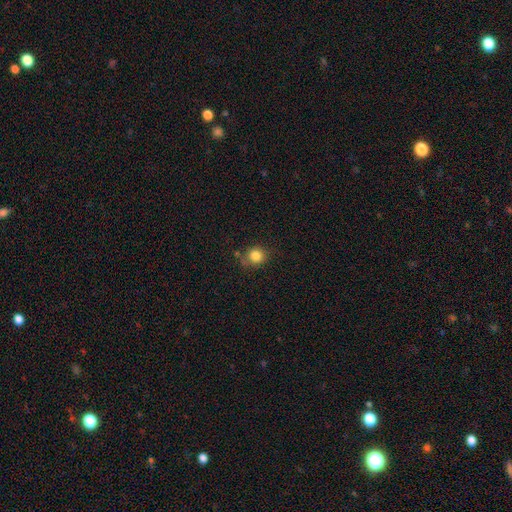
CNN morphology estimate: Smooth or featured?
  - smooth: 83% *
  - star or artifact: 11%
  - featured or disk: 6%
How rounded?
  - round: 82% *
  - in between: 17%
  - cigar-shaped: 1%
Merging?
  - none: 69% *
  - minor disturbance: 20%
  - merger: 6%
  - major disturbance: 6%